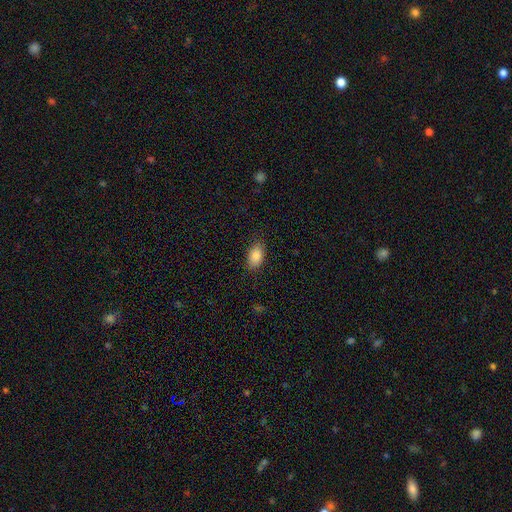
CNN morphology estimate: A smooth galaxy with no disk features (87%) that is in between round and cigar-shaped (91%).

Vote fractions:
- Smooth or featured? smooth: 87% / star or artifact: 7% / featured or disk: 5%
- How rounded? in between: 91% / round: 7% / cigar-shaped: 2%
- Merging? none: 84% / minor disturbance: 12% / major disturbance: 3% / merger: 1%